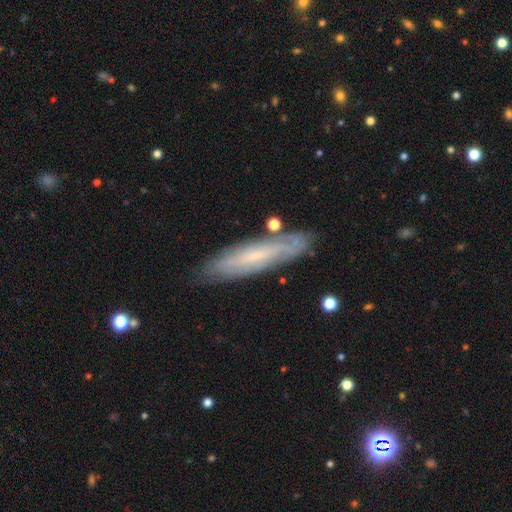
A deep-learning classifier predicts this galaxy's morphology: This is possibly a featured or disk galaxy (52%). It is possibly viewed edge-on (56%). Merging: clearly none (81%).